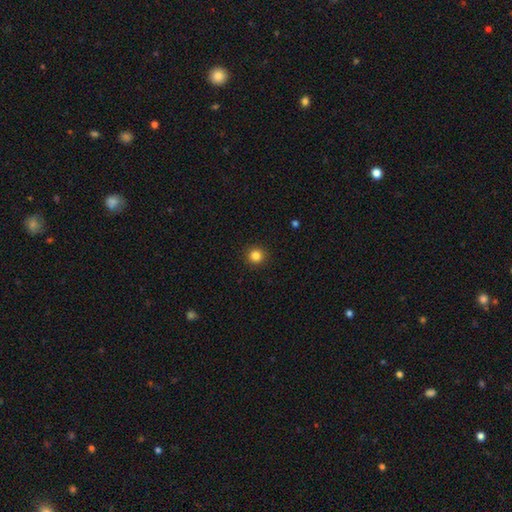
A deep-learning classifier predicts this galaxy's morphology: A smooth galaxy with no disk features (84%) that is round (95%). Merging: none (93%).